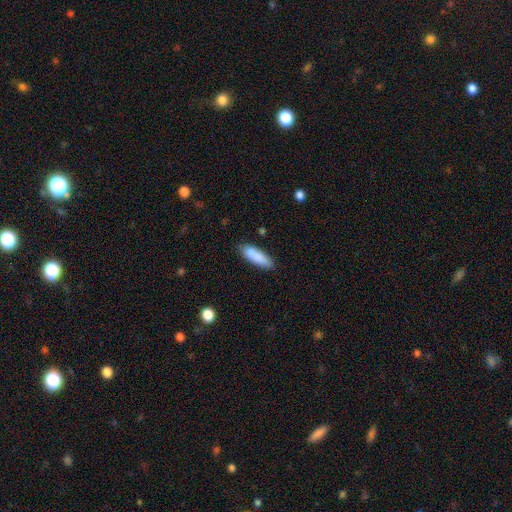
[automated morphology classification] Smooth or featured: smooth — 85% (featured or disk — 9%)
How rounded: in between — 50% (cigar-shaped — 48%)
Merging: none — 78% (minor disturbance — 15%)